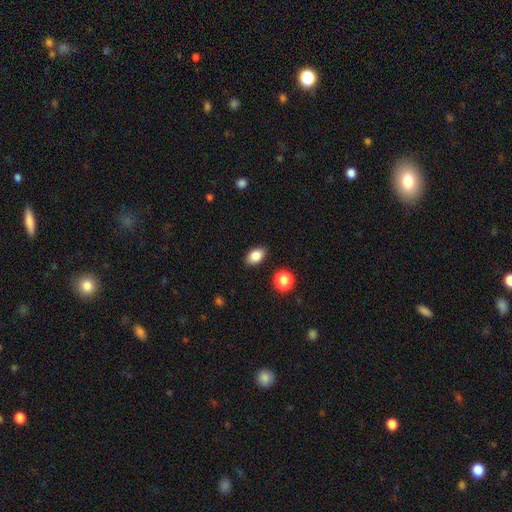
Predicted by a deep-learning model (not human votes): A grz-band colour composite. It shows a smooth galaxy with no disk features (84%) that is in between round and cigar-shaped (84%). Merging: none (88%).